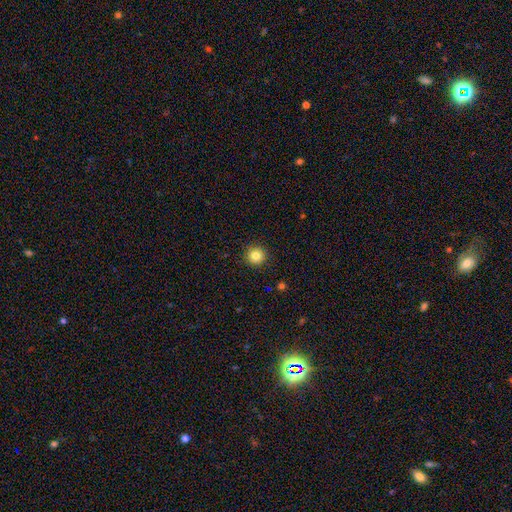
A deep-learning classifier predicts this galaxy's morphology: smooth 82%, star or artifact 11%, featured or disk 7%. Down the decision tree: how rounded — round (95%); merging — none (93%).